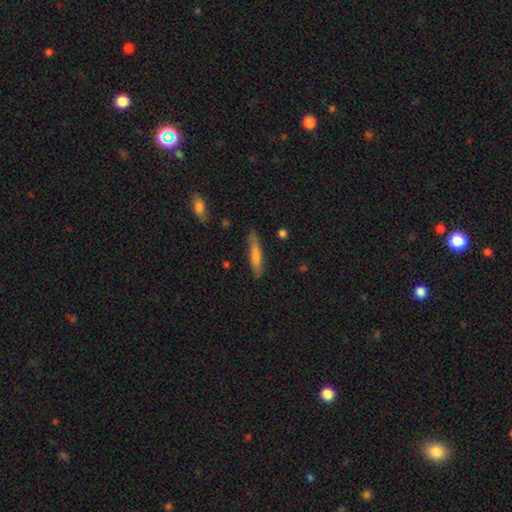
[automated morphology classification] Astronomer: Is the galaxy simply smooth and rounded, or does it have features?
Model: smooth — 74%.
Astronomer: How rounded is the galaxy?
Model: cigar-shaped — 86%.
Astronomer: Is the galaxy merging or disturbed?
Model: none — 78%.